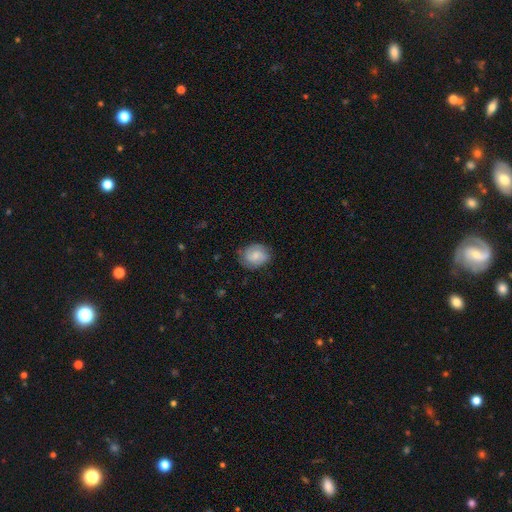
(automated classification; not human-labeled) Overall: smooth (63%; featured or disk 29%). How rounded: in between (52%; round 47%). Merging: none (76%).